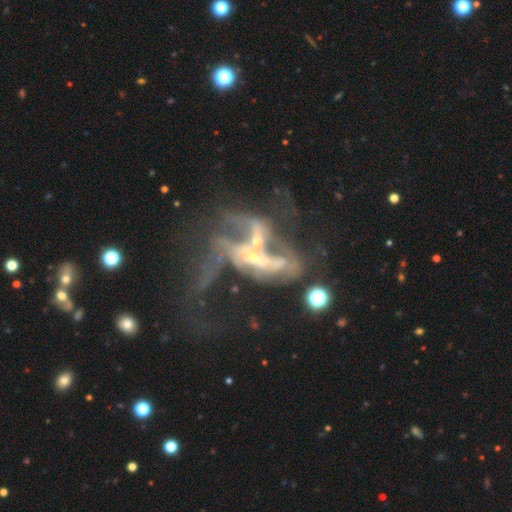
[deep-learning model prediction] This is likely a featured or disk galaxy (76%). It is clearly not viewed edge-on (89%). Bar: possibly no (60%). Spiral arm pattern: possibly yes (57%). Central bulge: possibly small (47%). Merging: possibly merger (52%).